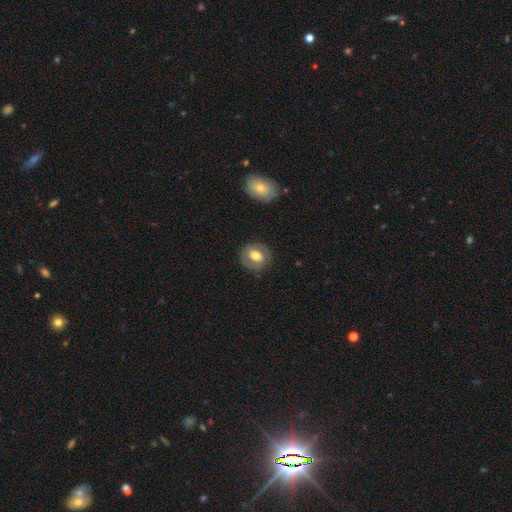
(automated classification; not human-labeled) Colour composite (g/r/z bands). It shows a smooth galaxy with no disk features (51%) that is round (69%). Merging: none (80%).